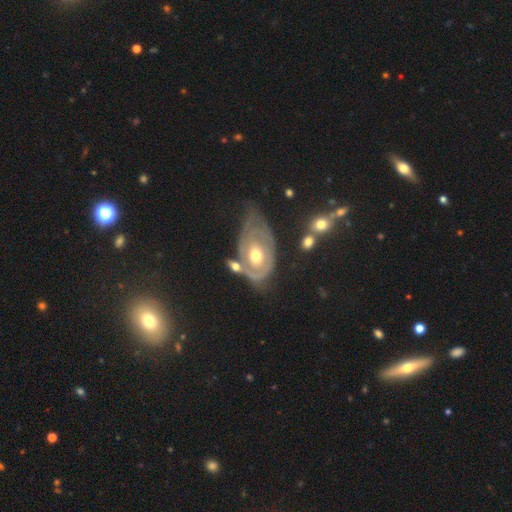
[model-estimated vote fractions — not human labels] Smooth or featured? featured or disk (75%)
Edge-on disk? no (94%)
Bar? no (80%)
Spiral arms? yes (73%)
Spiral winding? tight (72%)
Spiral arm count? can't tell (35%)
Bulge size? moderate (71%)
Merging? none (36%)